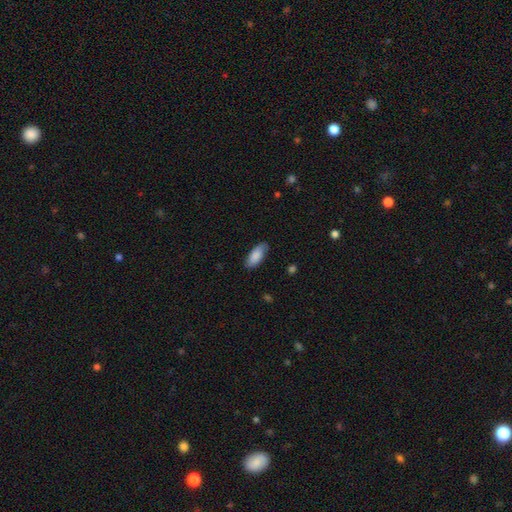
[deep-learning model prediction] This is clearly a smooth galaxy (85%). How rounded: clearly in between (84%). Merging: clearly none (82%).